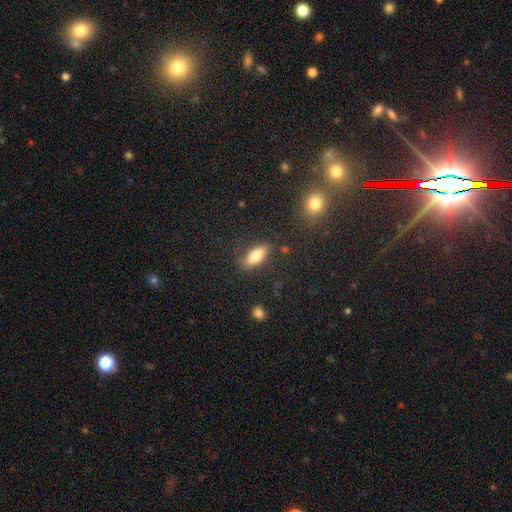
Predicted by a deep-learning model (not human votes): A smooth galaxy with no disk features (78%) that is in between round and cigar-shaped (76%). Merging: none (81%).